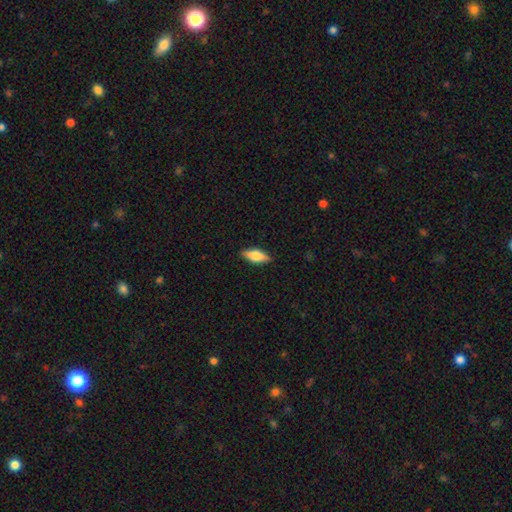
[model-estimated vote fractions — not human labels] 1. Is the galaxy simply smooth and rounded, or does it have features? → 64% smooth, 30% featured or disk, 7% star or artifact.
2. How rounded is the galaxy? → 70% in between, 27% cigar-shaped, 3% round.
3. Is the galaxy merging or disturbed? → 87% none, 10% minor disturbance, 2% major disturbance, 1% merger.